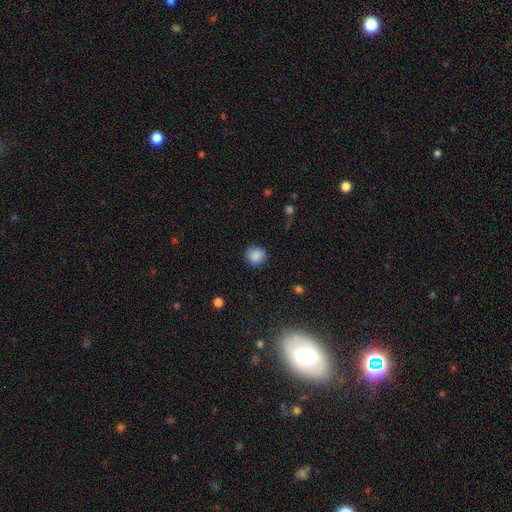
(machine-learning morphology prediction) This is clearly a smooth galaxy (87%). How rounded: clearly round (90%). Merging: clearly none (88%).